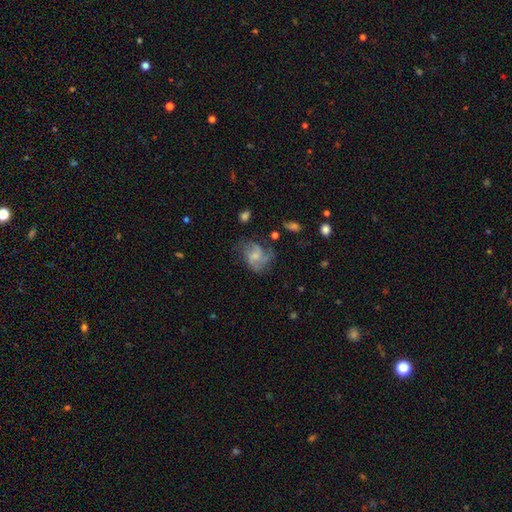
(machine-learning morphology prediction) Overall: featured or disk (55%; smooth 36%). Edge-on disk: no (98%). Bar: no (63%; weak 32%). Spiral arms: yes (73%). Bulge size: small (55%; moderate 26%). Merging: none (43%; minor disturbance 26%).